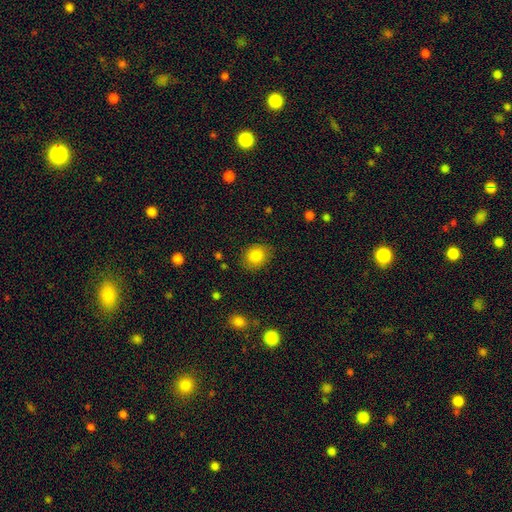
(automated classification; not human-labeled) Smooth or featured?
  - smooth: 84% *
  - star or artifact: 9%
  - featured or disk: 7%
How rounded?
  - round: 59% *
  - in between: 41%
  - cigar-shaped: 1%
Merging?
  - none: 82% *
  - minor disturbance: 13%
  - major disturbance: 3%
  - merger: 1%